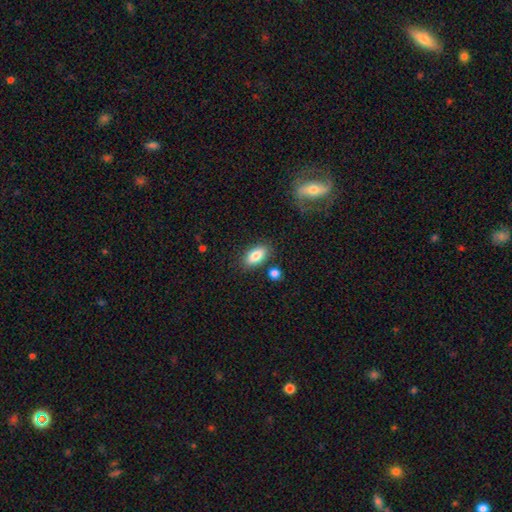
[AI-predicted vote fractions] Overall: smooth (84%). How rounded: in between (90%). Merging: none (83%).